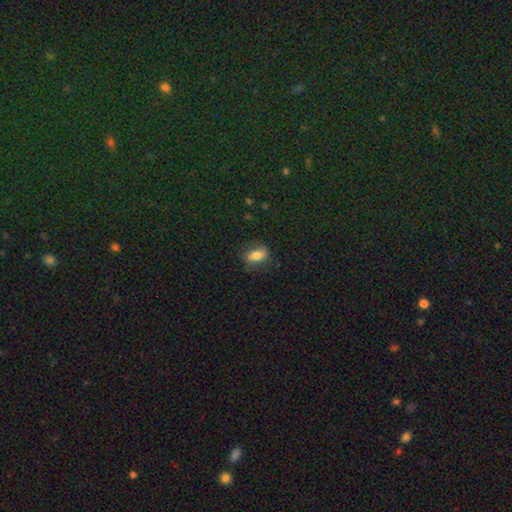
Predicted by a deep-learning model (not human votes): The model was most divided on "smooth or featured": smooth: 73%, featured or disk: 18%, star or artifact: 9%. More confident: how rounded — in between (81%); merging — none (76%).